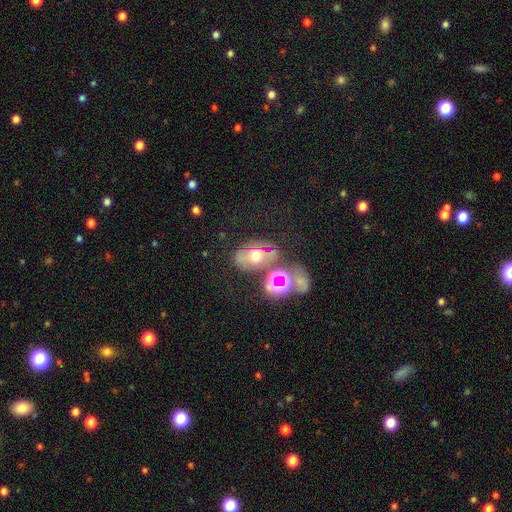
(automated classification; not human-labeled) smooth_or_featured: featured or disk (p=0.40) [alt: smooth p=0.37]
merging: none (p=0.51) [alt: minor disturbance p=0.18]